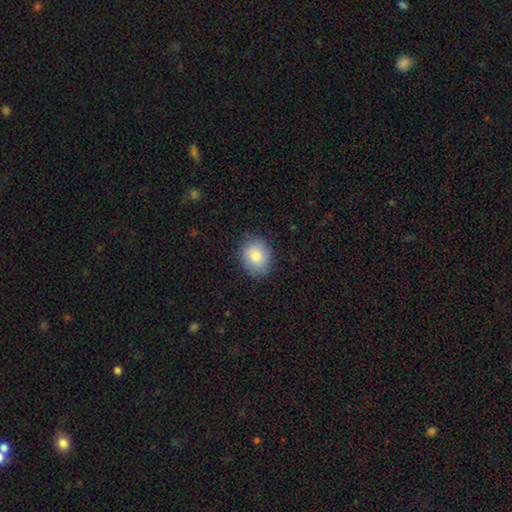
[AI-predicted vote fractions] smooth_or_featured: smooth (p=0.81) [alt: featured or disk p=0.11]
how_rounded: round (p=0.57) [alt: in between p=0.42]
merging: none (p=0.84) [alt: minor disturbance p=0.12]